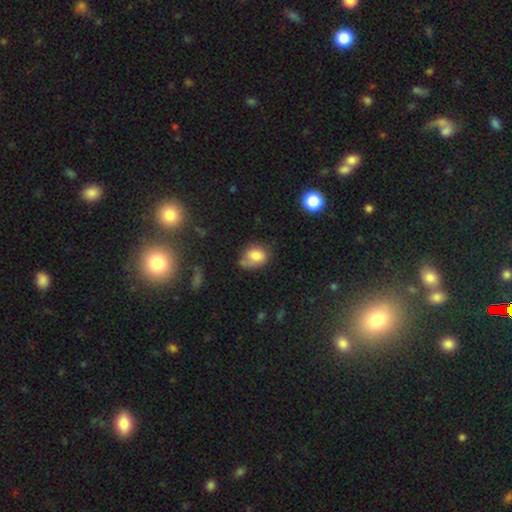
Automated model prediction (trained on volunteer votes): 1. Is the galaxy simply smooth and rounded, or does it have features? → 76% smooth, 14% featured or disk, 10% star or artifact.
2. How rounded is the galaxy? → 60% in between, 39% round, 1% cigar-shaped.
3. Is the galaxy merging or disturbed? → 46% none, 32% minor disturbance, 12% major disturbance, 10% merger.